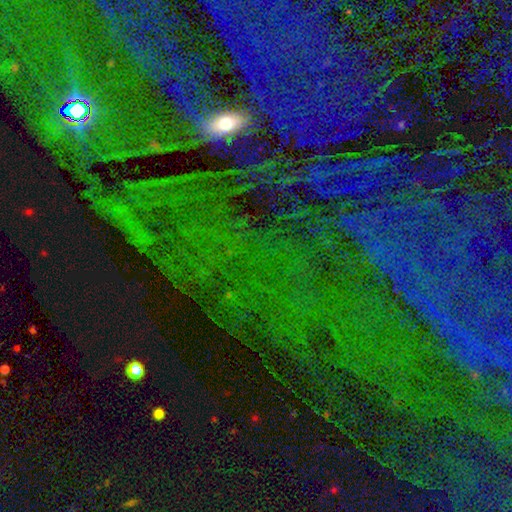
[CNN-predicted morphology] Smooth or featured?
  - star or artifact: 76% *
  - featured or disk: 13%
  - smooth: 11%